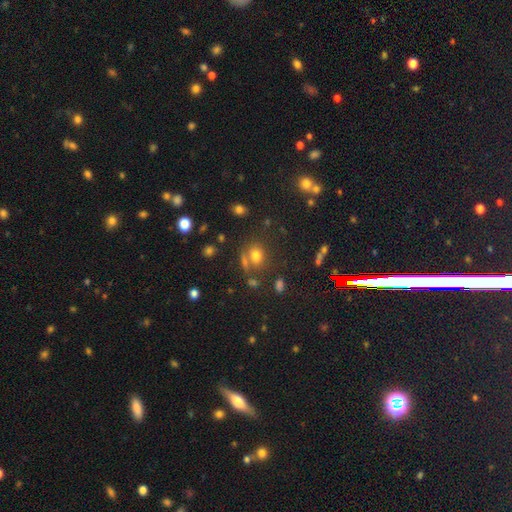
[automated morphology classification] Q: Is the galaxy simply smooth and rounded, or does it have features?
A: smooth — 71%.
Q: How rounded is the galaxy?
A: round — 57%.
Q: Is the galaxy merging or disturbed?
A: none — 63%.